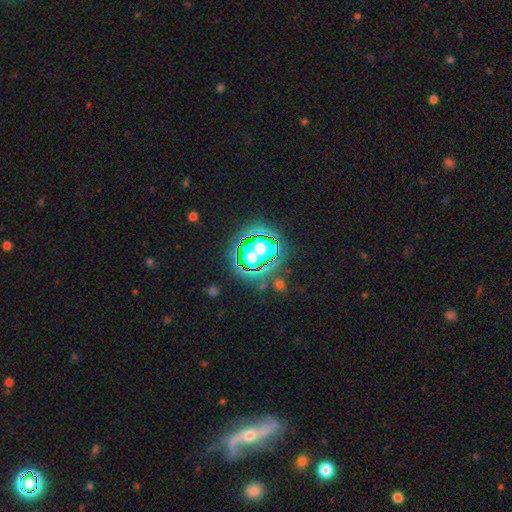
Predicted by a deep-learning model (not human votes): The model was most divided on "smooth or featured": star or artifact: 55%, smooth: 29%, featured or disk: 16%.